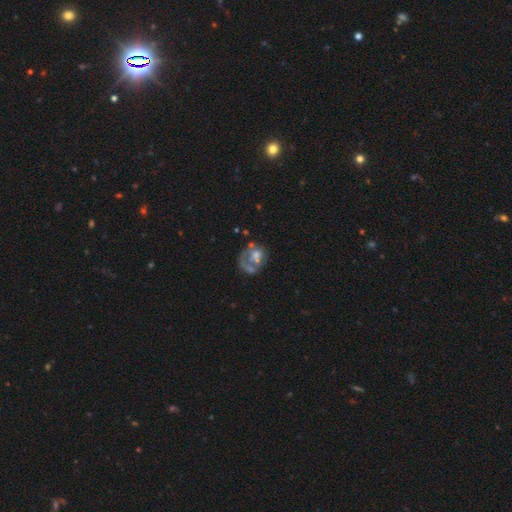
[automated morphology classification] smooth_or_featured: featured or disk (p=0.55) [alt: smooth p=0.33]
disk_edge_on: no (p=0.98) [alt: yes p=0.02]
bar: no (p=0.90) [alt: weak p=0.08]
has_spiral_arms: no (p=0.80) [alt: yes p=0.20]
bulge_size: moderate (p=0.35) [tied with: none p=0.35]
merging: none (p=0.35) [alt: major disturbance p=0.28]